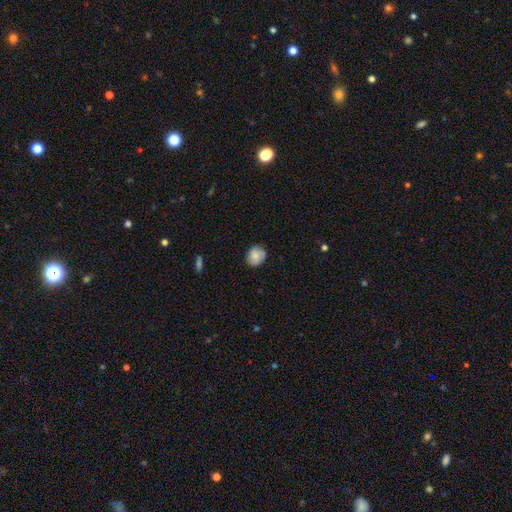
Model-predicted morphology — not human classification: type=smooth (75%); roundness=round (70%); merging=none (80%).